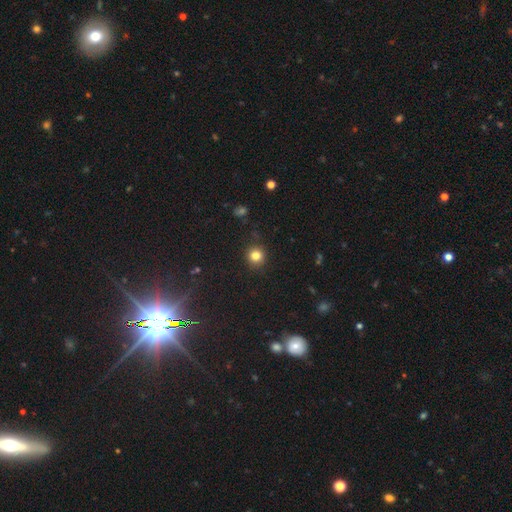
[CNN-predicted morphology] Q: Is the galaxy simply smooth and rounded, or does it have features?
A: smooth — 81%.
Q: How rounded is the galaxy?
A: round — 91%.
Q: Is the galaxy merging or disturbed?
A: none — 89%.